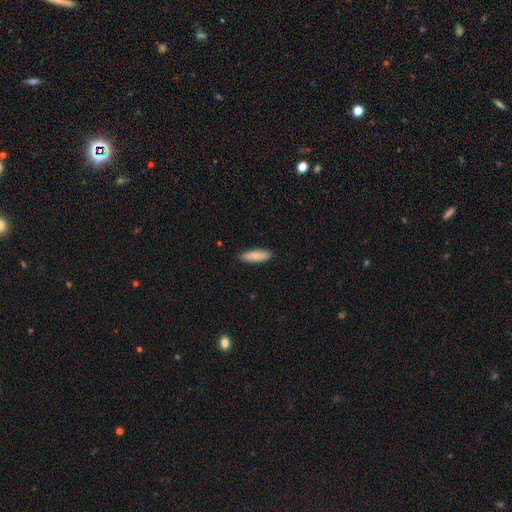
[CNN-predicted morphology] type=smooth (80%); roundness=in between (54%); merging=none (87%).